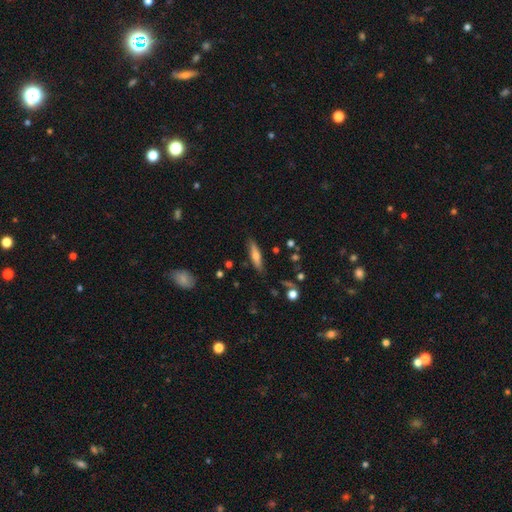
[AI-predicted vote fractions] A smooth galaxy with no disk features (51%) that is cigar-shaped (78%).

Vote fractions:
- Smooth or featured? smooth: 51% / featured or disk: 42% / star or artifact: 7%
- How rounded? cigar-shaped: 78% / in between: 20% / round: 2%
- Merging? none: 84% / minor disturbance: 11% / major disturbance: 2% / merger: 2%